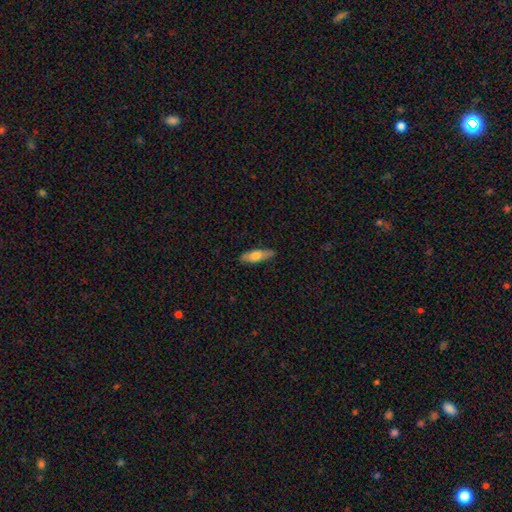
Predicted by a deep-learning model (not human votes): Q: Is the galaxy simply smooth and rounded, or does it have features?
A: smooth — 69%.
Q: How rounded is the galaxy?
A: cigar-shaped — 50%.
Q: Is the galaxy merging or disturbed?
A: none — 86%.